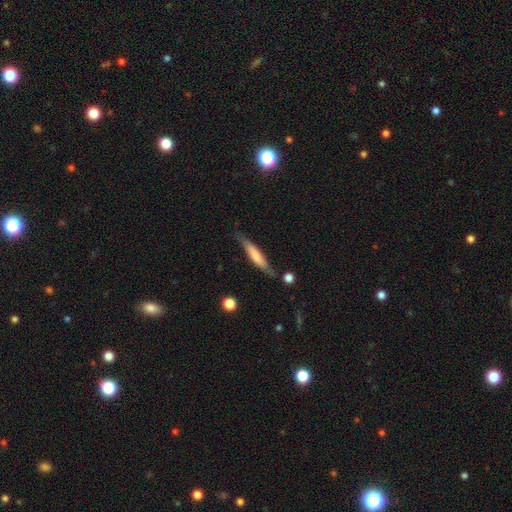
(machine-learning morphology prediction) smooth-or-featured: smooth: 57% | featured or disk: 37% | star or artifact: 6%
  how-rounded: cigar-shaped: 86% | in between: 12% | round: 1%
  merging: none: 72% | minor disturbance: 19% | major disturbance: 4% | merger: 4%